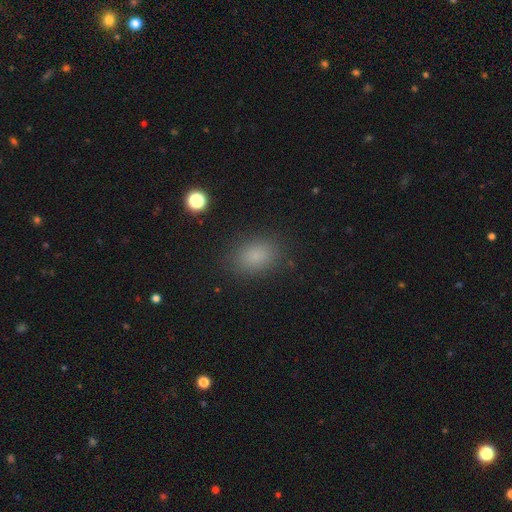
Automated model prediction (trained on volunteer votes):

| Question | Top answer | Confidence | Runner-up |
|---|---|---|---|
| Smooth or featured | smooth | 82% | star or artifact (12%) |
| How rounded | in between | 78% | round (21%) |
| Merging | none | 85% | minor disturbance (10%) |